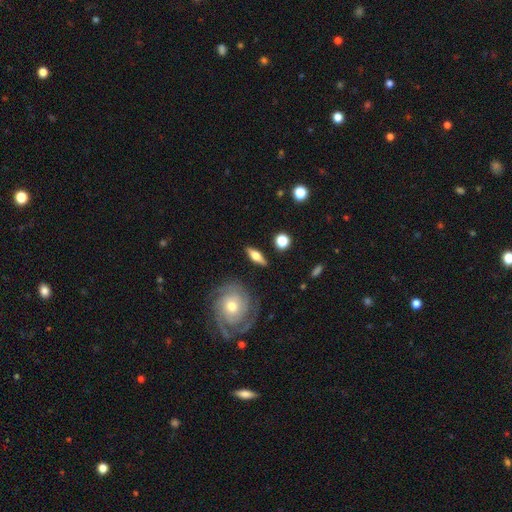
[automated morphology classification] smooth_or_featured: featured or disk (p=0.52) [alt: smooth p=0.41]
disk_edge_on: yes (p=0.79) [alt: no p=0.21]
merging: none (p=0.85) [alt: minor disturbance p=0.09]